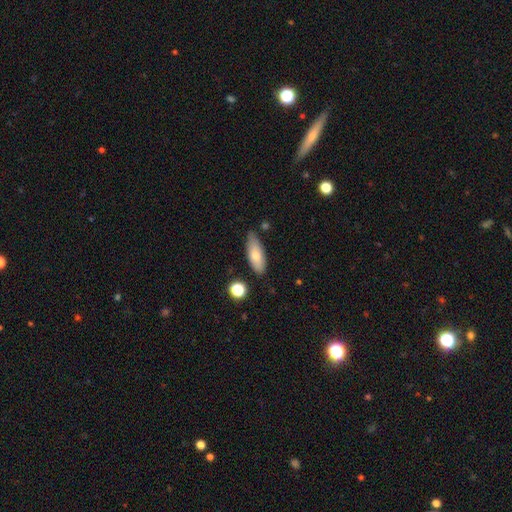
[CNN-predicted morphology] This appears to be a smooth galaxy with no disk features (72%) that is in between round and cigar-shaped (72%). Merging: none (75%).